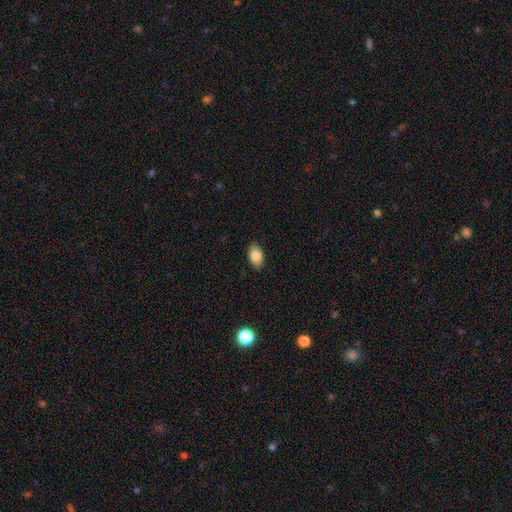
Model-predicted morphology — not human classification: This appears to be a smooth galaxy with no disk features (85%) that is in between round and cigar-shaped (91%). Merging: none (86%).